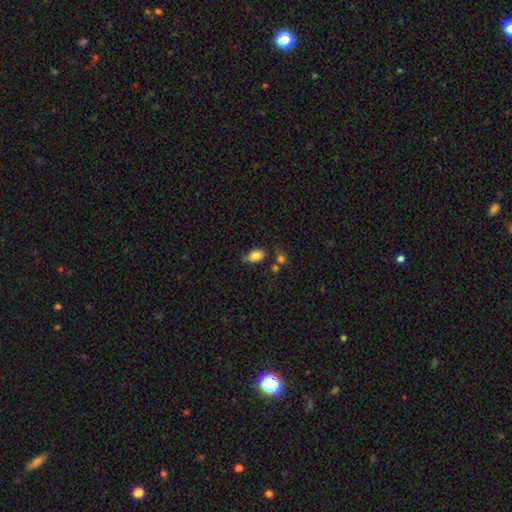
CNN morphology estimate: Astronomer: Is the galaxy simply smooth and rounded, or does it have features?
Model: smooth — 84%.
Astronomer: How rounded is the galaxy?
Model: in between — 89%.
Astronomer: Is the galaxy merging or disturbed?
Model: none — 56%.